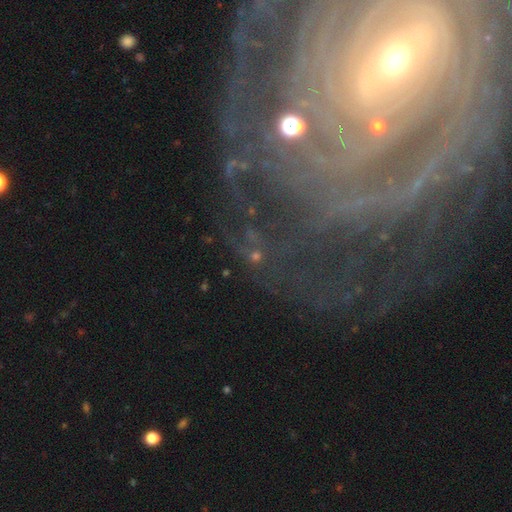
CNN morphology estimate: smooth_or_featured: star or artifact (p=0.56) [alt: featured or disk p=0.24]